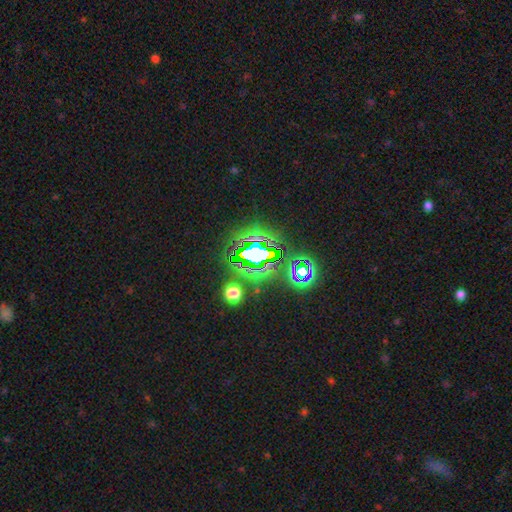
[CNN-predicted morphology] smooth-or-featured: star or artifact: 69% | smooth: 17% | featured or disk: 14%